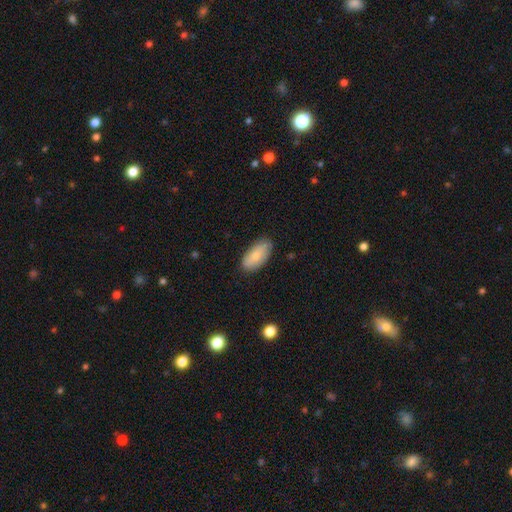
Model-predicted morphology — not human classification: A smooth galaxy with no disk features (80%) that is in between round and cigar-shaped (90%). Merging: none (83%).